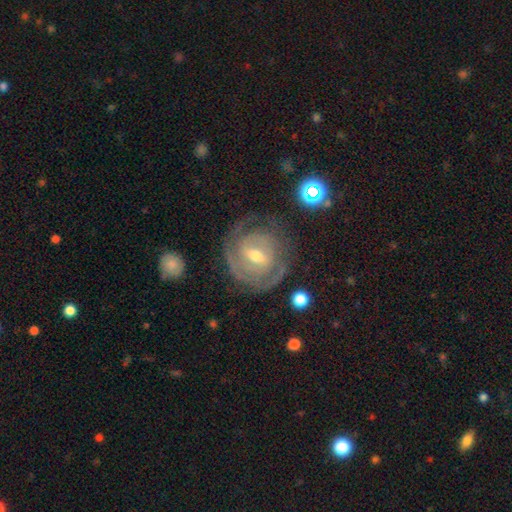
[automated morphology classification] Q: Smooth or featured?
A: featured or disk (84%); runner-up: smooth (11%)
Q: Edge-on disk?
A: no (96%); runner-up: yes (4%)
Q: Bar?
A: weak (52%); runner-up: strong (26%)
Q: Spiral arms?
A: yes (91%); runner-up: no (9%)
Q: Spiral winding?
A: tight (71%); runner-up: medium (24%)
Q: Spiral arm count?
A: 2 (38%); runner-up: can't tell (31%)
Q: Bulge size?
A: moderate (61%); runner-up: small (35%)
Q: Merging?
A: none (71%); runner-up: minor disturbance (17%)